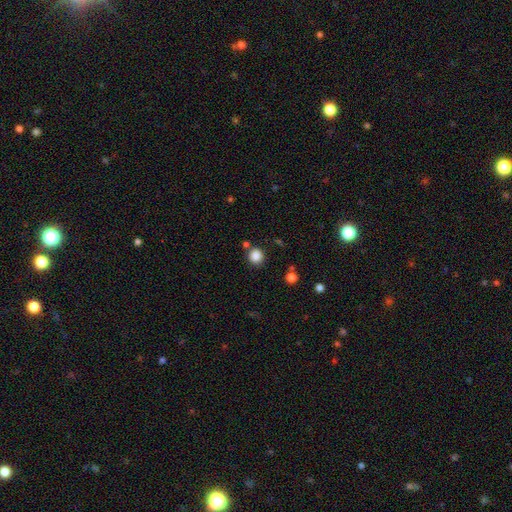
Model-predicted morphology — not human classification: smooth-or-featured: smooth: 86% | star or artifact: 11% | featured or disk: 3%
  how-rounded: round: 89% | in between: 10% | cigar-shaped: 1%
  merging: none: 82% | minor disturbance: 9% | merger: 6% | major disturbance: 3%